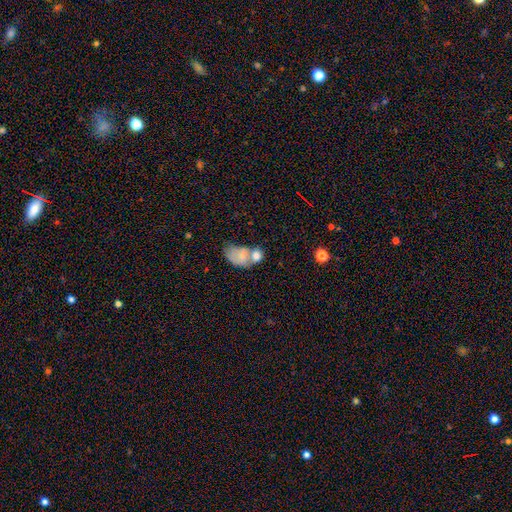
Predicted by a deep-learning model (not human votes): A smooth galaxy with no disk features (69%) that is in between round and cigar-shaped (74%).

Vote fractions:
- Smooth or featured? smooth: 69% / featured or disk: 22% / star or artifact: 9%
- How rounded? in between: 74% / round: 24% / cigar-shaped: 2%
- Merging? merger: 58% / none: 21% / minor disturbance: 12% / major disturbance: 9%